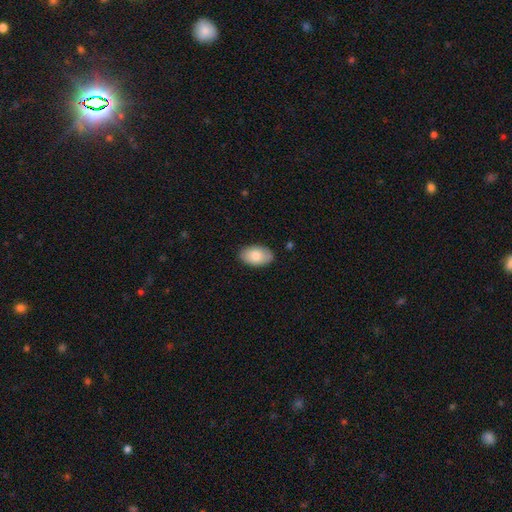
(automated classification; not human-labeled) Overall: smooth (79%). How rounded: in between (93%). Merging: none (86%).